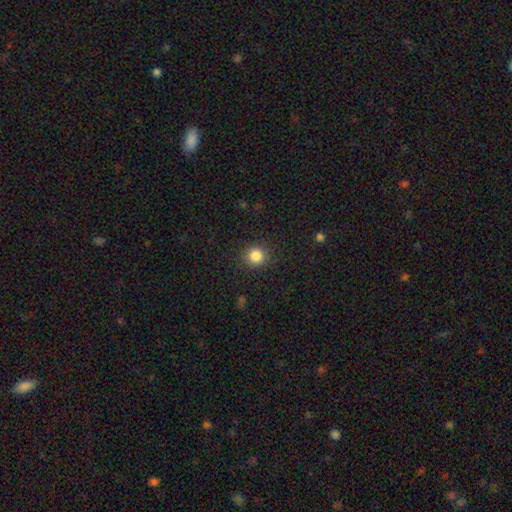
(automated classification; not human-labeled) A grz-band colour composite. It shows a smooth galaxy with no disk features (85%) that is round (90%). Merging: none (89%).